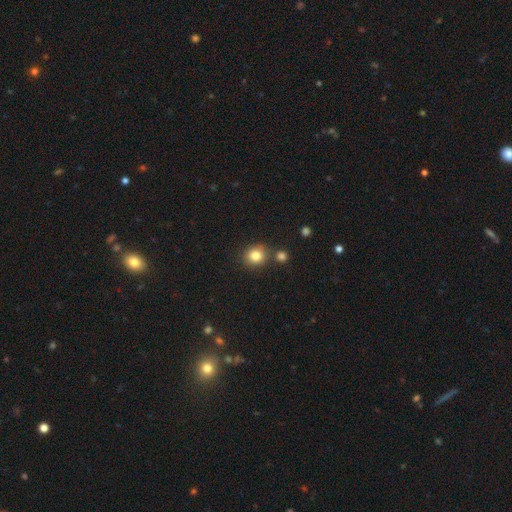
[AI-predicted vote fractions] Smooth or featured? smooth (82%)
How rounded? round (84%)
Merging? none (76%)